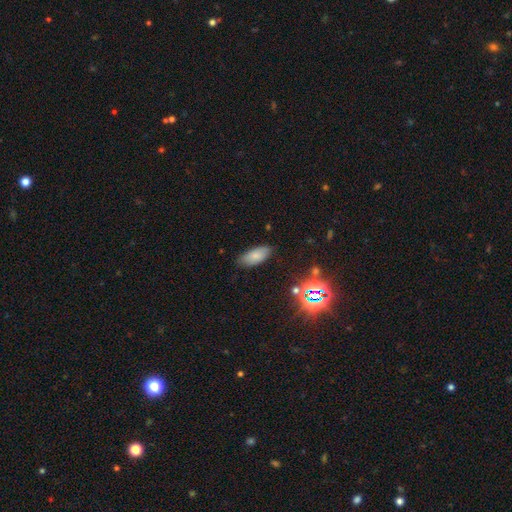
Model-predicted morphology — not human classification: Q: Smooth or featured?
A: smooth (76%); runner-up: star or artifact (12%)
Q: How rounded?
A: in between (89%); runner-up: cigar-shaped (8%)
Q: Merging?
A: none (81%); runner-up: minor disturbance (15%)